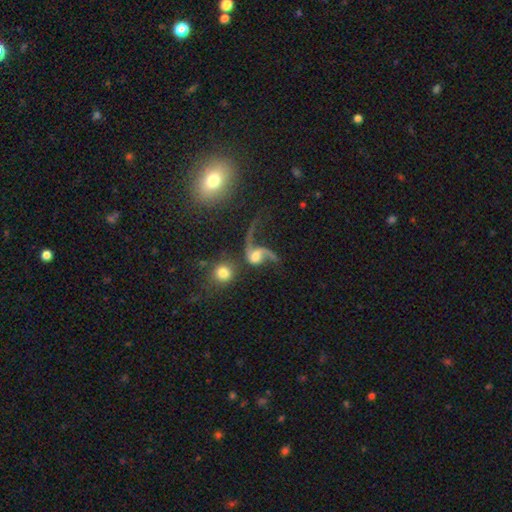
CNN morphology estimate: smooth-or-featured: featured or disk: 79% | smooth: 13% | star or artifact: 8%
  disk-edge-on: no: 97% | yes: 3%
    bar: no: 50% | weak: 37% | strong: 12%
    has-spiral-arms: yes: 92% | no: 8%
      spiral-winding: loose: 88% | medium: 10% | tight: 2%
      spiral-arm-count: 2: 77% | 1: 18% | can't tell: 2% | 3: 1% | 4: 1% | more than 4: 1%
    bulge-size: moderate: 42% | small: 25% | large: 18% | none: 10% | dominant: 4%
  merging: major disturbance: 32% | none: 29% | merger: 26% | minor disturbance: 13%